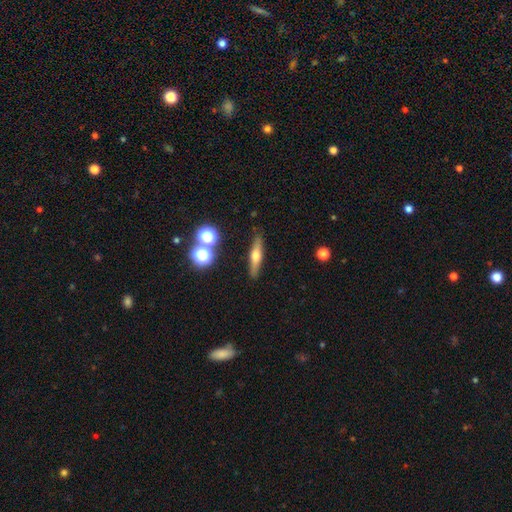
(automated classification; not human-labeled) This is possibly a featured or disk galaxy (50%). It is clearly viewed edge-on (91%). Merging: clearly none (87%).